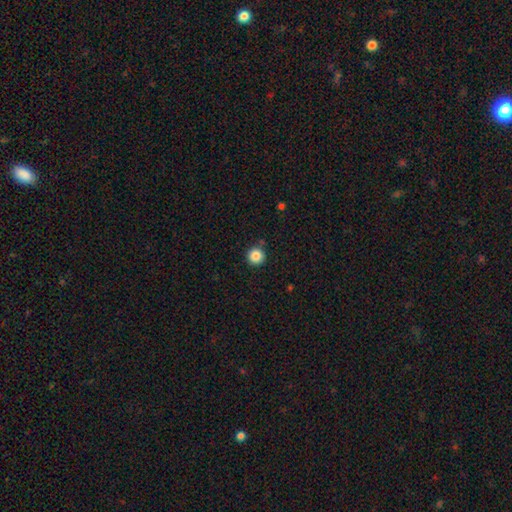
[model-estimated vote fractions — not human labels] The model was most divided on "smooth or featured": smooth: 86%, star or artifact: 10%, featured or disk: 4%. More confident: how rounded — round (96%); merging — none (88%).